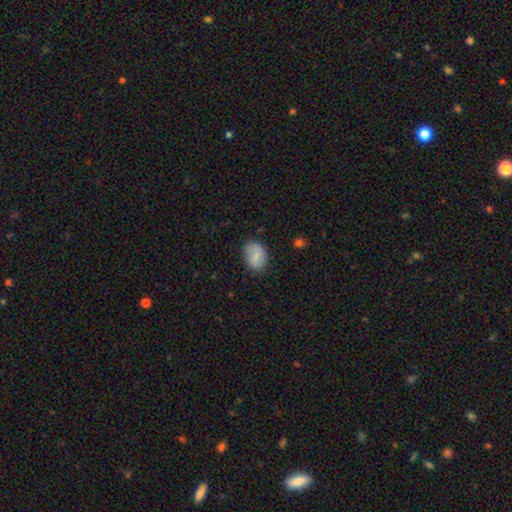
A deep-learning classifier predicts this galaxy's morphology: A smooth galaxy with no disk features (73%) that is in between round and cigar-shaped (73%). Merging: none (76%).